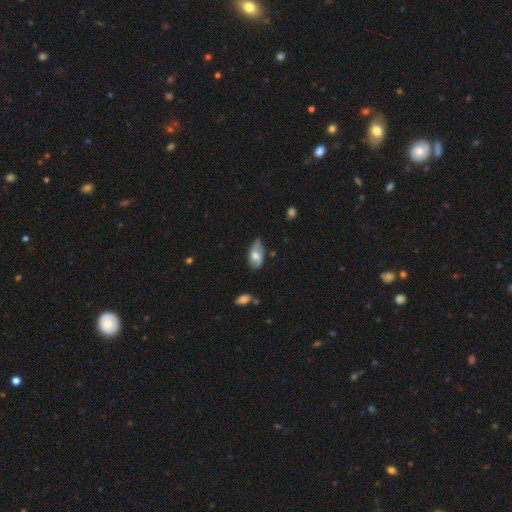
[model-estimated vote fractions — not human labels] The model was most divided on "merging": none: 53%, minor disturbance: 35%, major disturbance: 9%, merger: 3%. More confident: how rounded — in between (92%); smooth or featured — smooth (57%).